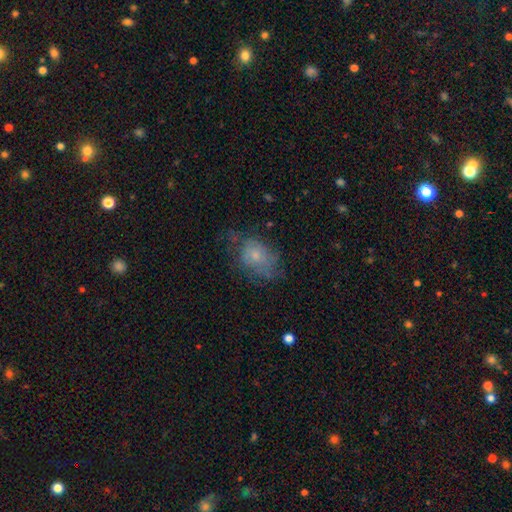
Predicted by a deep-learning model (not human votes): This is possibly a smooth galaxy (59%). How rounded: likely in between (67%). Merging: possibly none (46%).